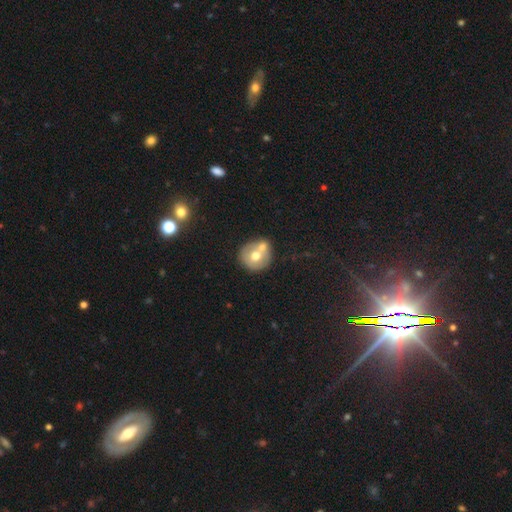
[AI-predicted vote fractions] Overall: smooth (61%; featured or disk 31%). How rounded: round (86%). Merging: none (44%; merger 43%).